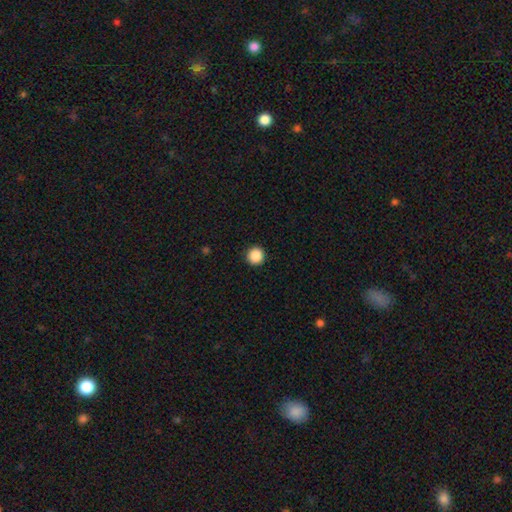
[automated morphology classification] Smooth or featured? smooth (88%)
How rounded? round (96%)
Merging? none (93%)